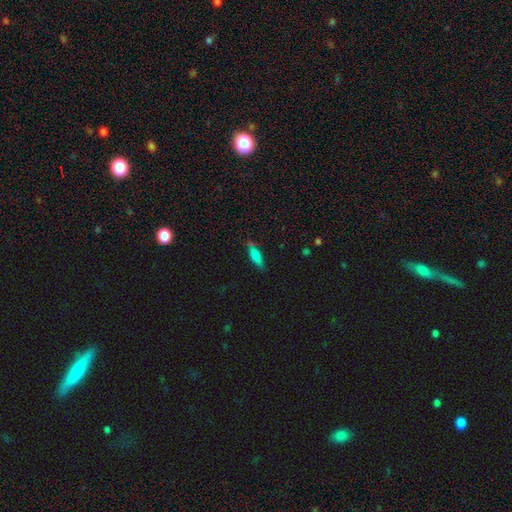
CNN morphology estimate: Smooth or featured: smooth — 72% (featured or disk — 20%)
How rounded: cigar-shaped — 52% (in between — 46%)
Merging: none — 72% (minor disturbance — 19%)